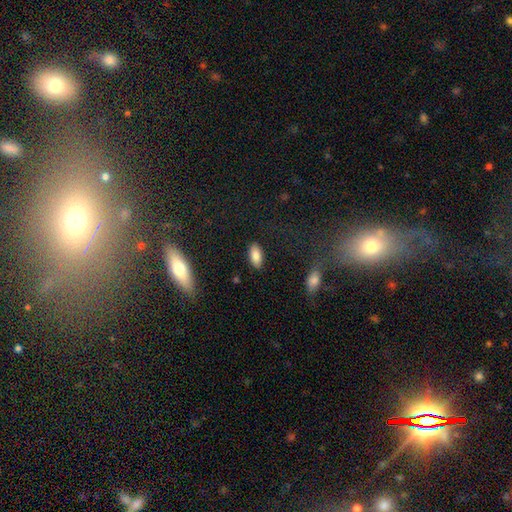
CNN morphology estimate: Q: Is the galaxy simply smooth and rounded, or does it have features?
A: smooth — 85%.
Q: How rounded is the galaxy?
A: in between — 91%.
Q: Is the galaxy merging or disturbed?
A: none — 86%.